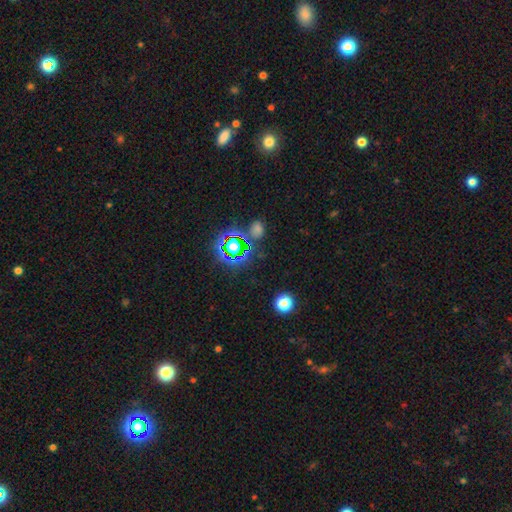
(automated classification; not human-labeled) smooth_or_featured: star or artifact (p=0.72) [alt: smooth p=0.19]